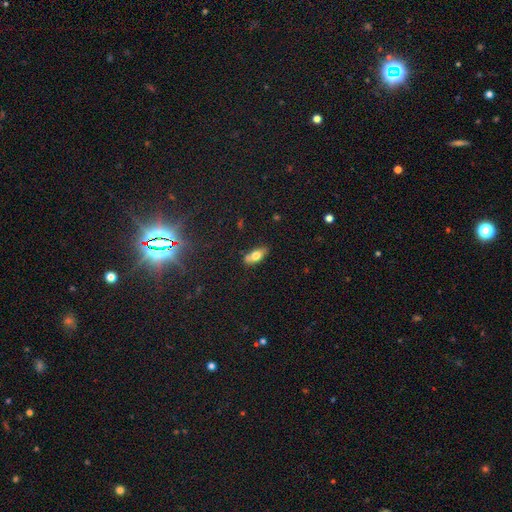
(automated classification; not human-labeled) The model was most divided on "smooth or featured": smooth: 71%, featured or disk: 21%, star or artifact: 8%. More confident: how rounded — in between (83%); merging — none (72%).